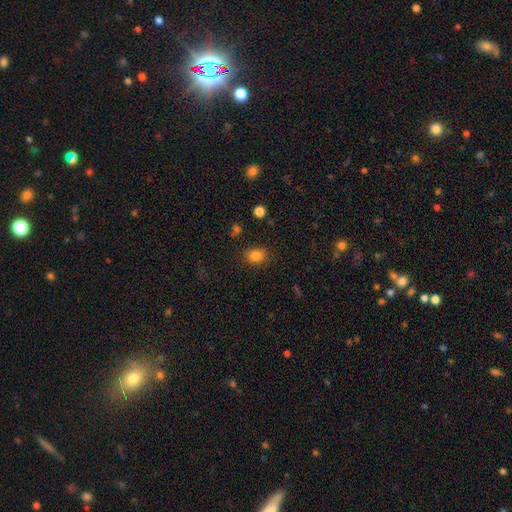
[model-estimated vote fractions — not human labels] This appears to be a smooth galaxy with no disk features (83%) that is round (54%). Merging: none (83%).